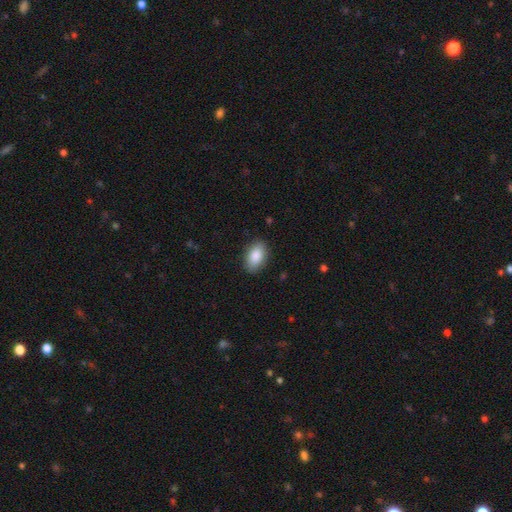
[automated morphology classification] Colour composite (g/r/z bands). It shows a smooth galaxy with no disk features (88%) that is in between round and cigar-shaped (93%). Merging: none (87%).